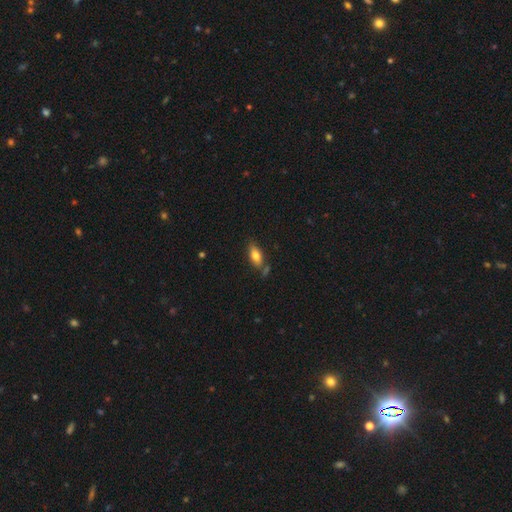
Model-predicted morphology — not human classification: Q: Smooth or featured?
A: smooth (74%); runner-up: featured or disk (19%)
Q: How rounded?
A: in between (82%); runner-up: cigar-shaped (14%)
Q: Merging?
A: none (69%); runner-up: minor disturbance (17%)